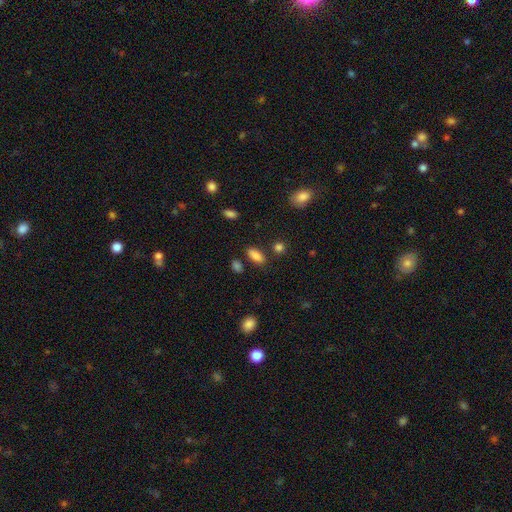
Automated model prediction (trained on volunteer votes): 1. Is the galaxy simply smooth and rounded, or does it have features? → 85% smooth, 10% star or artifact, 5% featured or disk.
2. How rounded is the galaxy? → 86% in between, 9% cigar-shaped, 4% round.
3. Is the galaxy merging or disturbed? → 80% none, 11% minor disturbance, 6% merger, 3% major disturbance.